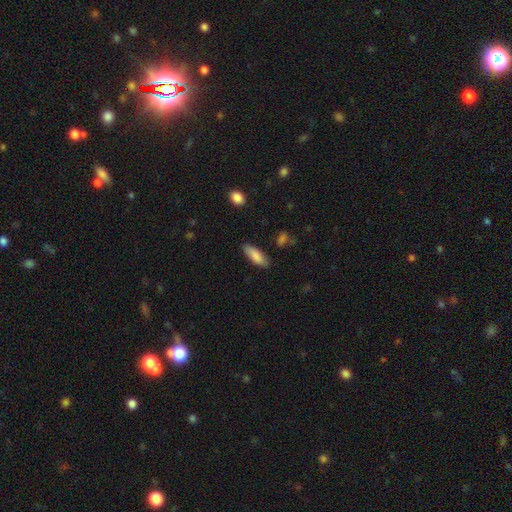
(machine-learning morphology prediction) smooth-or-featured: smooth: 85% | featured or disk: 9% | star or artifact: 6%
  how-rounded: in between: 66% | cigar-shaped: 32% | round: 2%
  merging: none: 83% | minor disturbance: 13% | major disturbance: 2% | merger: 2%